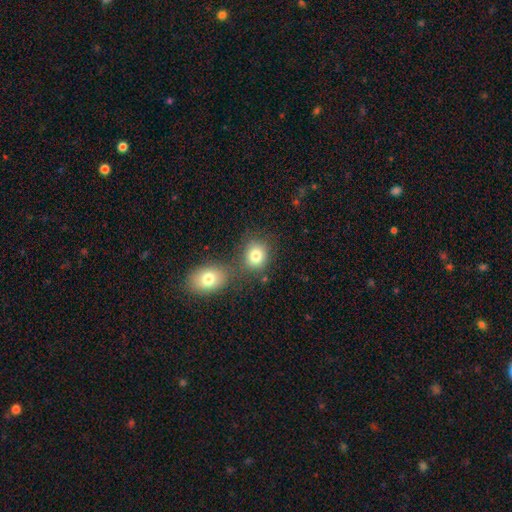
Smooth or featured?
  - smooth: 82% *
  - featured or disk: 10%
  - star or artifact: 8%
How rounded?
  - round: 75% *
  - in between: 22%
  - cigar-shaped: 3%
Merging?
  - none: 47% *
  - merger: 36%
  - minor disturbance: 17%
  - major disturbance: 0%